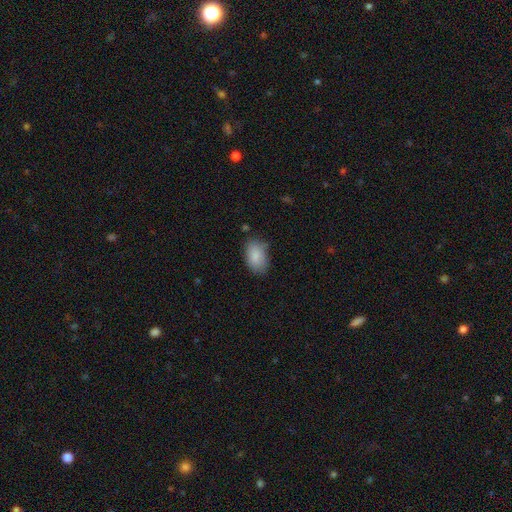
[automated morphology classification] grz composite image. It shows a smooth galaxy with no disk features (86%) that is in between round and cigar-shaped (91%). Merging: none (72%).